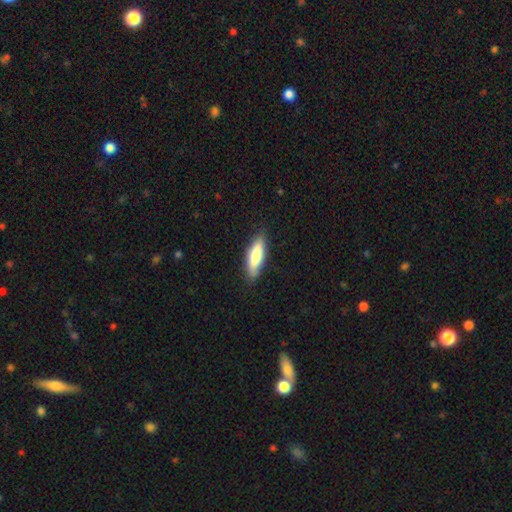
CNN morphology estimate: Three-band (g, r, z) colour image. It shows a smooth galaxy with no disk features (78%) that is cigar-shaped (51%). Merging: none (83%).